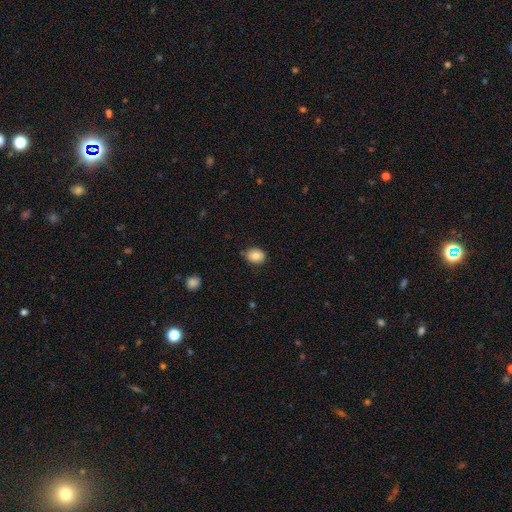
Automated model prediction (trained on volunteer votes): Smooth or featured? Predicted: smooth (p=0.84). How rounded? Predicted: in between (p=0.54). Merging? Predicted: none (p=0.80).